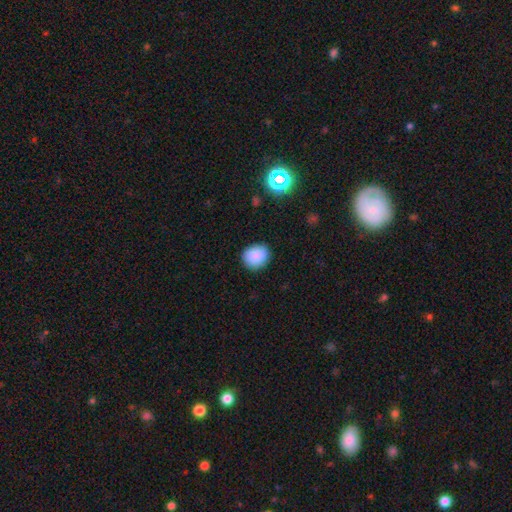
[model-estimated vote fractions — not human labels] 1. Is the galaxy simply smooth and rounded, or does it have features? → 88% smooth, 9% star or artifact, 4% featured or disk.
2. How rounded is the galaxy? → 69% round, 30% in between, 1% cigar-shaped.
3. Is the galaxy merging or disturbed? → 87% none, 10% minor disturbance, 2% major disturbance, 1% merger.